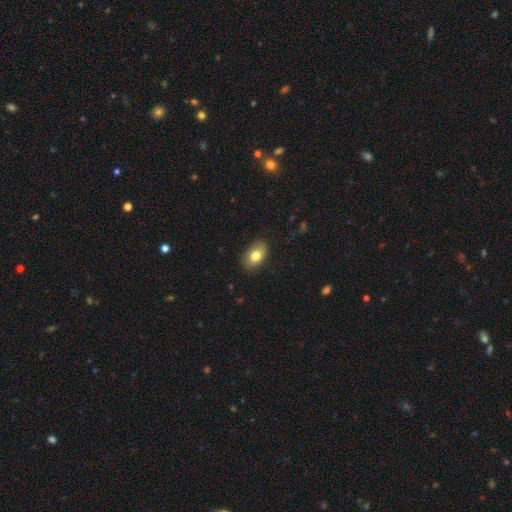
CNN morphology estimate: Q: Smooth or featured?
A: smooth (79%); runner-up: featured or disk (13%)
Q: How rounded?
A: in between (88%); runner-up: round (10%)
Q: Merging?
A: none (83%); runner-up: minor disturbance (13%)